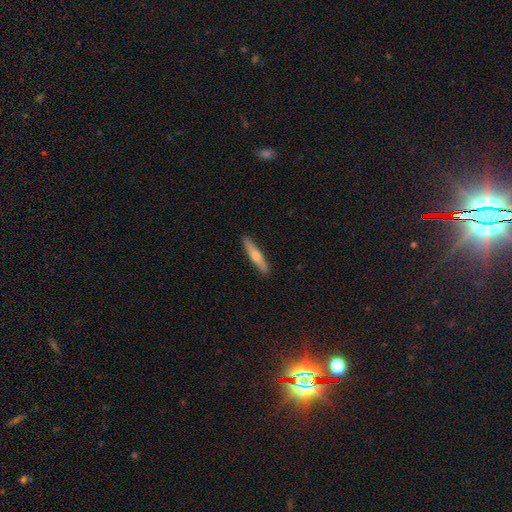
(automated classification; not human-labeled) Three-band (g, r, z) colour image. It shows a featured or disk galaxy (54%) viewed edge-on (94%) with a rounded central bulge (88%). Merging: none (91%).